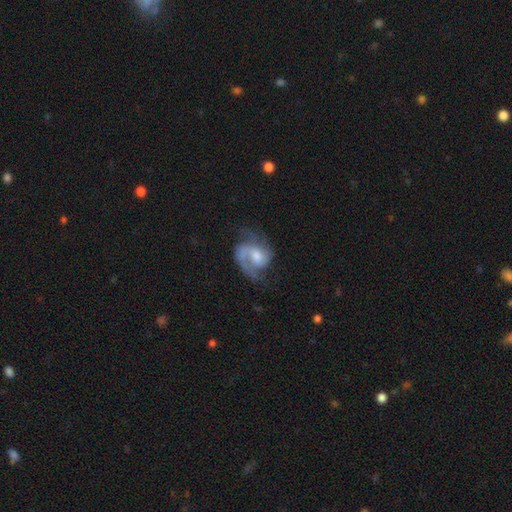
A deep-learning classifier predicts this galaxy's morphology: Smooth or featured: featured or disk — 81% (smooth — 13%)
Edge-on disk: no — 98% (yes — 2%)
Bar: weak — 46% (tied with no — 46%)
Spiral arms: yes — 94% (no — 6%)
Spiral winding: medium — 51% (loose — 25%)
Spiral arm count: 2 — 61% (1 — 22%)
Bulge size: moderate — 49% (small — 21%)
Merging: none — 54% (major disturbance — 22%)